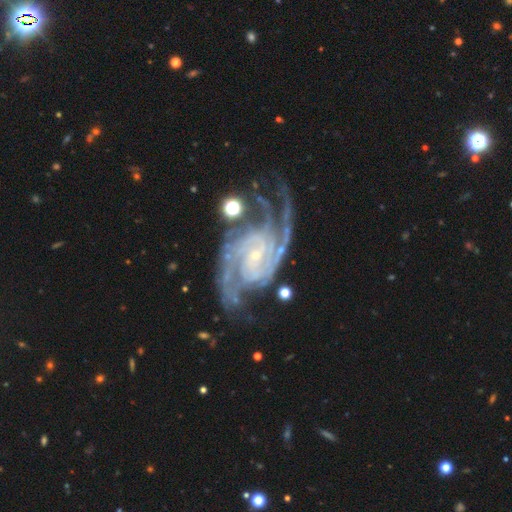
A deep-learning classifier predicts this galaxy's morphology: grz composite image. It shows a featured or disk galaxy (93%) with no bar (53%), 2 (58%) medium (46%) spiral arms (98%) and a small central bulge (83%). Merging: none (61%).